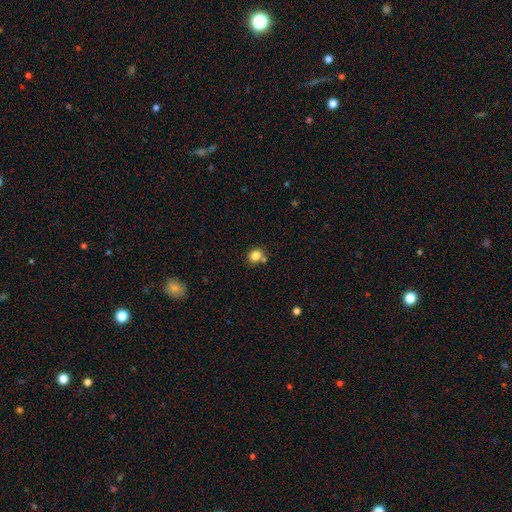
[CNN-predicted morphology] This is clearly a smooth galaxy (83%). How rounded: likely round (70%). Merging: likely none (69%).